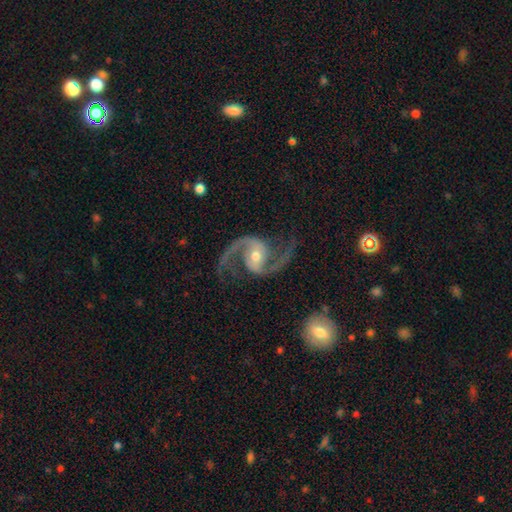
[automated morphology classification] Smooth or featured? featured or disk (94%)
Edge-on disk? no (98%)
Bar? weak (39%)
Spiral arms? yes (98%)
Spiral winding? loose (47%)
Spiral arm count? 2 (95%)
Bulge size? moderate (65%)
Merging? none (79%)